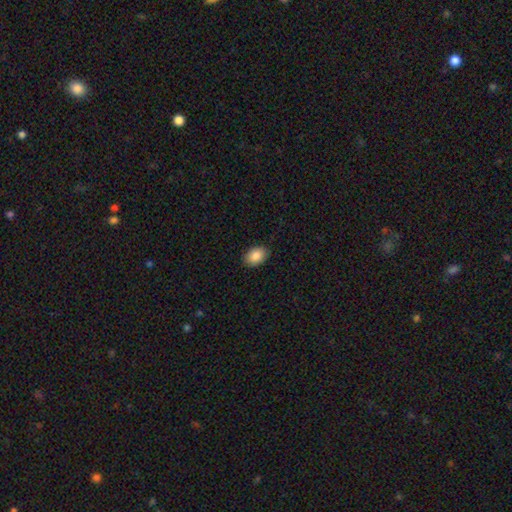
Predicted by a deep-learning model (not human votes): Morphology: type=smooth (87%); roundness=in between (85%); merging=none (89%).